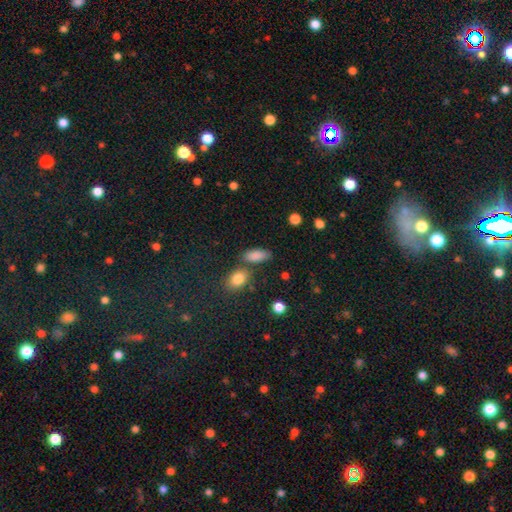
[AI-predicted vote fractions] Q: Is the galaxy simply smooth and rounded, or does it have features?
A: smooth — 85%.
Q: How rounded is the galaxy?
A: in between — 84%.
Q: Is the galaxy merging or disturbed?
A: none — 70%.